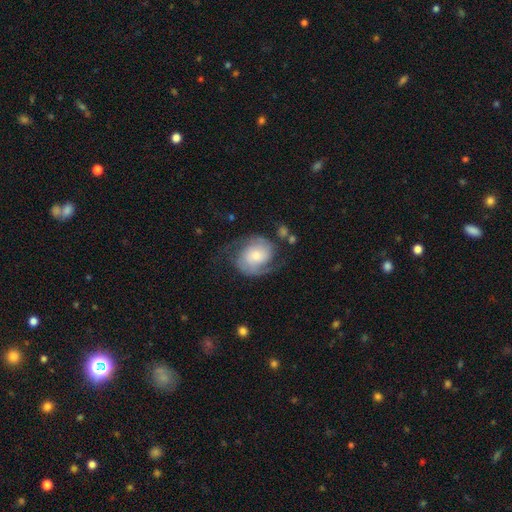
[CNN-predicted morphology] smooth-or-featured: featured or disk: 77% | smooth: 16% | star or artifact: 6%
  disk-edge-on: no: 98% | yes: 2%
    bar: no: 66% | weak: 27% | strong: 6%
    has-spiral-arms: yes: 94% | no: 6%
      spiral-winding: medium: 46% | loose: 30% | tight: 24%
      spiral-arm-count: 2: 90% | can't tell: 4% | 1: 2% | 3: 1% | 4: 1% | more than 4: 1%
    bulge-size: moderate: 42% | small: 38% | large: 12% | none: 4% | dominant: 4%
  merging: none: 63% | minor disturbance: 18% | major disturbance: 15% | merger: 3%